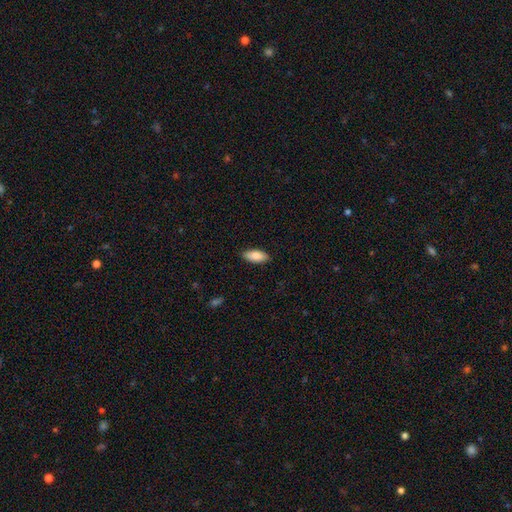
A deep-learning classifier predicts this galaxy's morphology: Overall: smooth (86%). How rounded: in between (88%). Merging: none (88%).